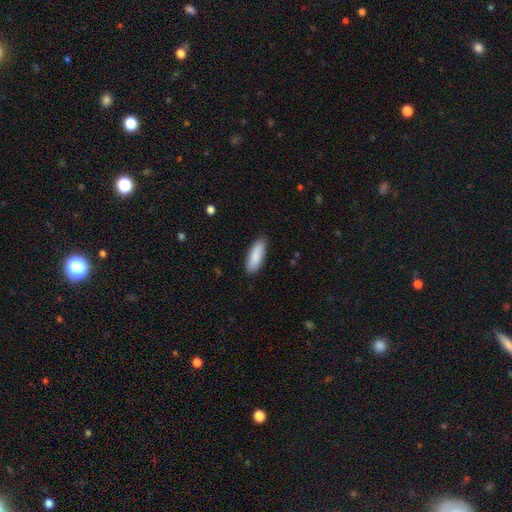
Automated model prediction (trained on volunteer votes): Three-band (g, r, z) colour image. It shows a smooth galaxy with no disk features (88%) that is in between round and cigar-shaped (64%). Merging: none (87%).